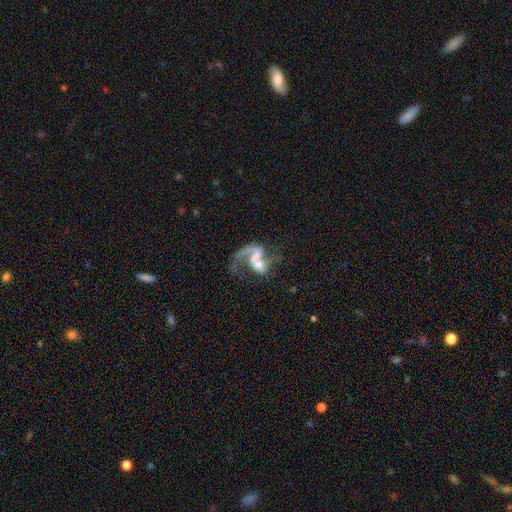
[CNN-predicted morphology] This appears to be a featured or disk galaxy (73%) with no bar (55%), 1 (57%) loose (68%) spiral arms (79%) and a moderate central bulge (37%). Merging: merger (41%).